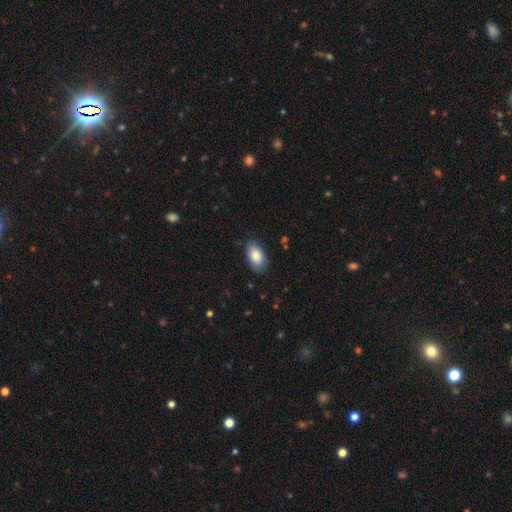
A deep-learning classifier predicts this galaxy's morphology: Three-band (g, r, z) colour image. It shows a smooth galaxy with no disk features (84%) that is in between round and cigar-shaped (93%). Merging: none (82%).